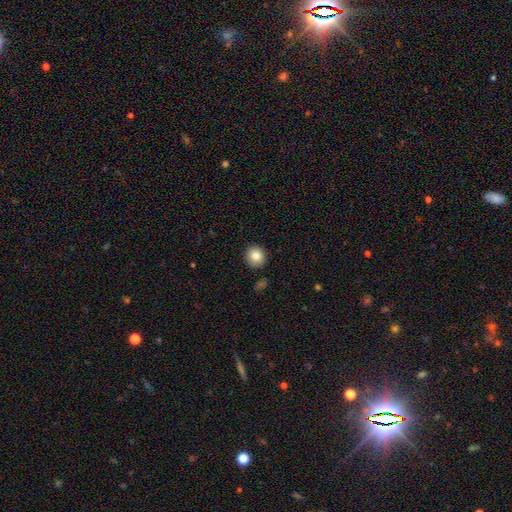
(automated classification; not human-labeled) This is clearly a smooth galaxy (85%). How rounded: clearly round (91%). Merging: clearly none (90%).